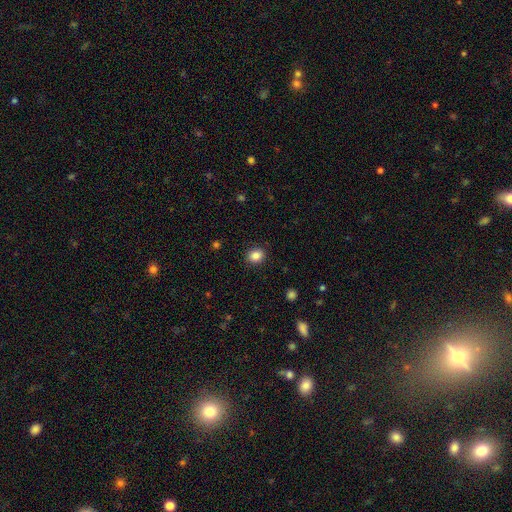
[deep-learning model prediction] Smooth or featured? smooth (85%)
How rounded? round (64%)
Merging? none (90%)